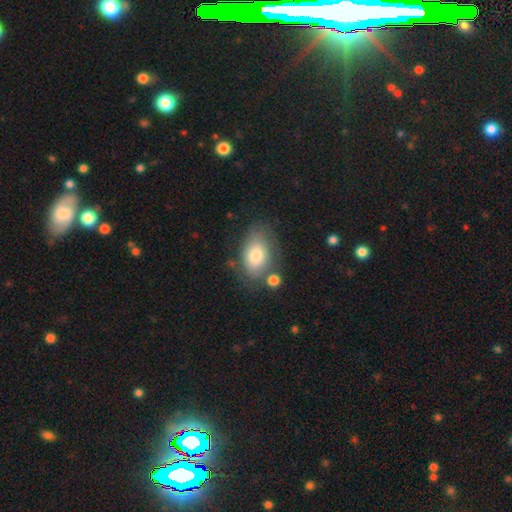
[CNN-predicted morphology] This appears to be a smooth galaxy with no disk features (75%) that is in between round and cigar-shaped (88%). Merging: none (65%).